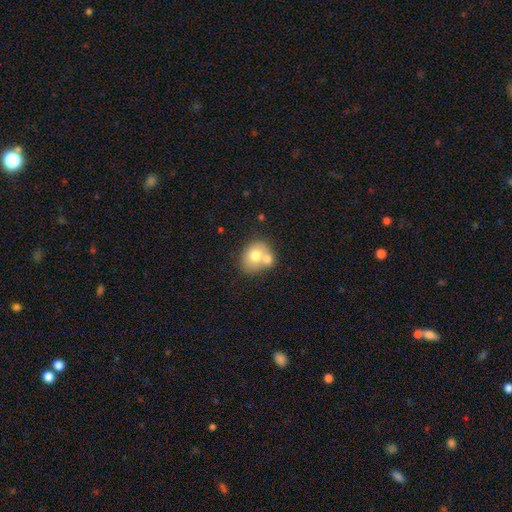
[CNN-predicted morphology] Overall: smooth (68%). How rounded: round (55%; in between 44%). Merging: merger (49%; none 36%).